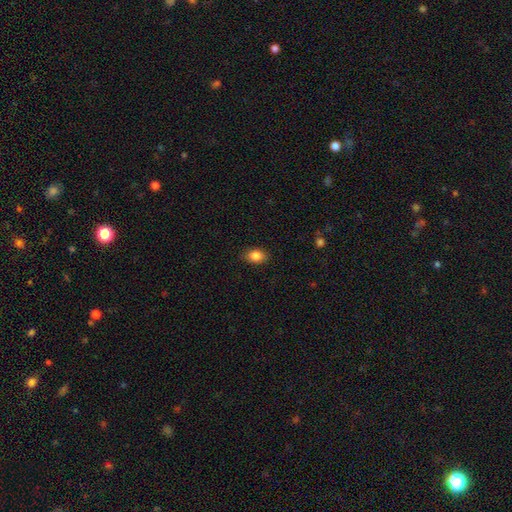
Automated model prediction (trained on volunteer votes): smooth_or_featured: smooth (p=0.87) [alt: star or artifact p=0.09]
how_rounded: in between (p=0.78) [alt: round p=0.21]
merging: none (p=0.87) [alt: minor disturbance p=0.10]